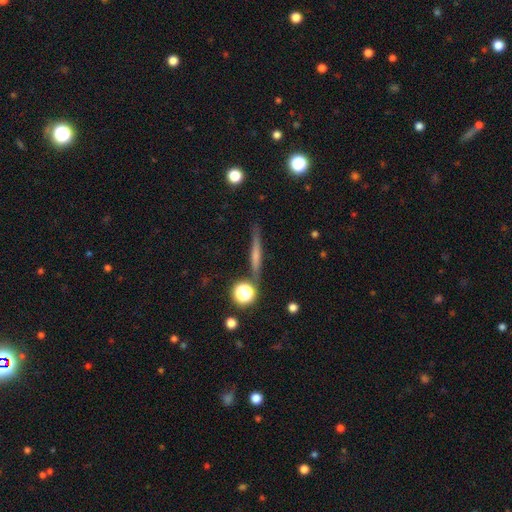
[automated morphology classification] Smooth or featured?
  - smooth: 47% *
  - featured or disk: 42%
  - star or artifact: 11%
Merging?
  - none: 83% *
  - minor disturbance: 11%
  - merger: 4%
  - major disturbance: 3%